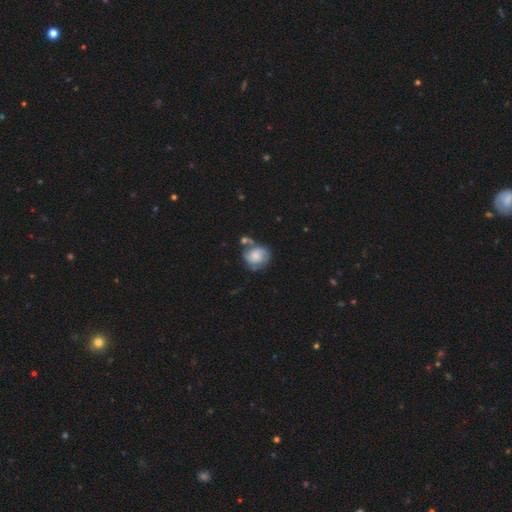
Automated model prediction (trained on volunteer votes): smooth-or-featured: smooth: 50% | featured or disk: 42% | star or artifact: 8%
  merging: none: 45% | minor disturbance: 23% | merger: 20% | major disturbance: 11%